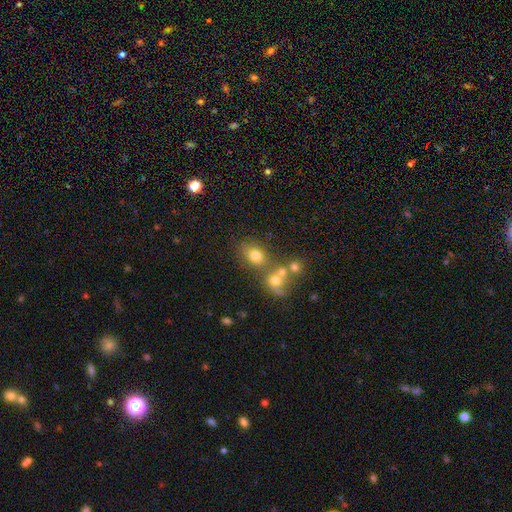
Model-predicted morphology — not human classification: This is likely a smooth galaxy (71%). How rounded: possibly round (50%). Merging: possibly none (52%).